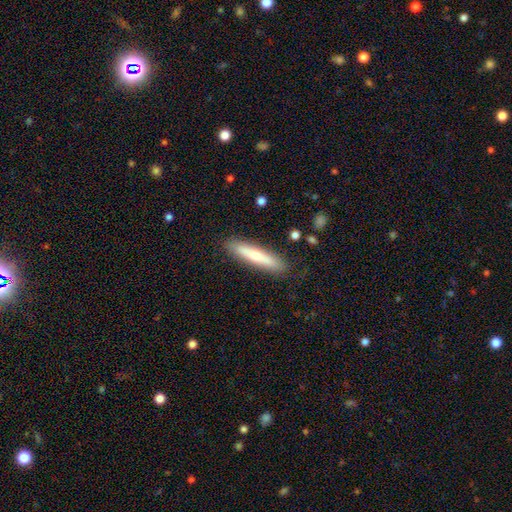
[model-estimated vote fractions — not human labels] smooth-or-featured: smooth: 57% | featured or disk: 37% | star or artifact: 6%
  how-rounded: cigar-shaped: 86% | in between: 13% | round: 2%
  merging: none: 87% | minor disturbance: 9% | major disturbance: 2% | merger: 1%